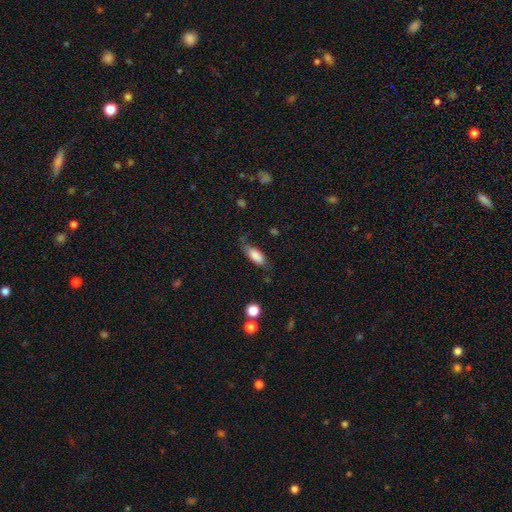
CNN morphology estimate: smooth-or-featured: smooth: 82% | featured or disk: 10% | star or artifact: 7%
  how-rounded: in between: 79% | cigar-shaped: 18% | round: 3%
  merging: none: 55% | minor disturbance: 30% | major disturbance: 12% | merger: 3%